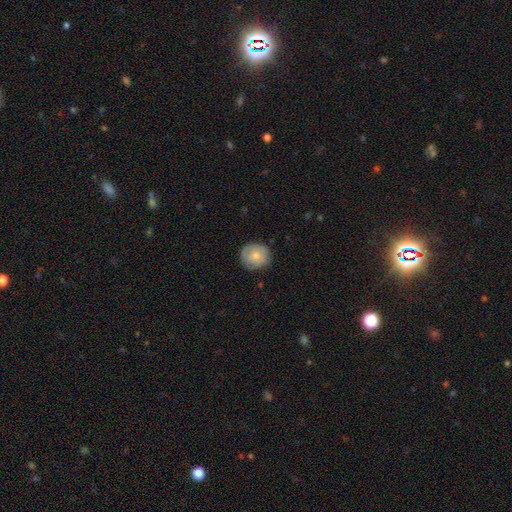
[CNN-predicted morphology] This appears to be a smooth galaxy with no disk features (72%) that is round (85%). Merging: none (82%).